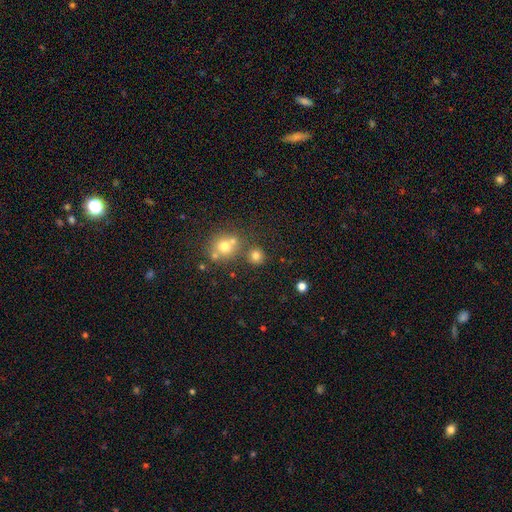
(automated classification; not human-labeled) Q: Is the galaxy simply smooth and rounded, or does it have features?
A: smooth — 76%.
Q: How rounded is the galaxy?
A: round — 89%.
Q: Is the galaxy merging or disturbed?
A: none — 74%.